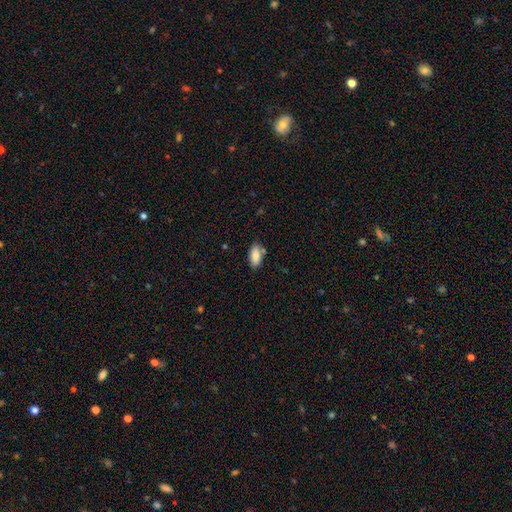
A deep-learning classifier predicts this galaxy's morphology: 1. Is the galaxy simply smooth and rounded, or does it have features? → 83% smooth, 10% featured or disk, 7% star or artifact.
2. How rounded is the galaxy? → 88% in between, 10% cigar-shaped, 2% round.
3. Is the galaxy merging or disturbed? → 77% none, 14% minor disturbance, 7% merger, 3% major disturbance.